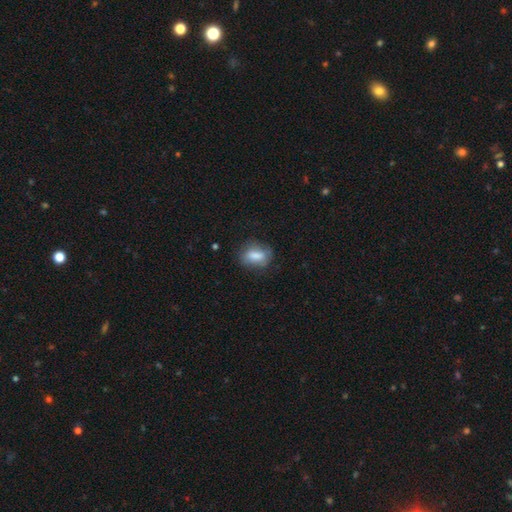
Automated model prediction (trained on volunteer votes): smooth-or-featured: smooth: 77% | featured or disk: 15% | star or artifact: 8%
  how-rounded: in between: 79% | round: 16% | cigar-shaped: 5%
  merging: none: 72% | minor disturbance: 20% | major disturbance: 6% | merger: 1%